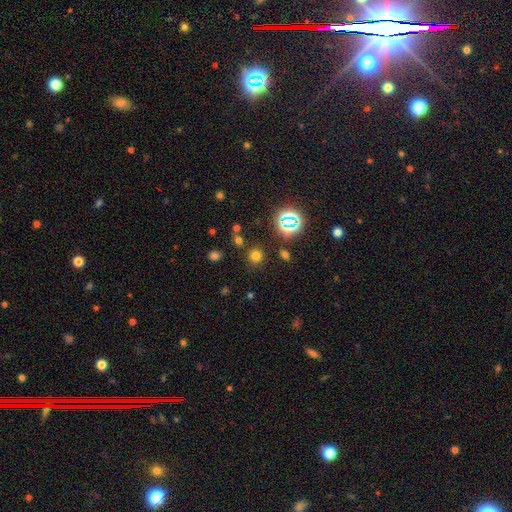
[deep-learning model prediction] Smooth or featured?
  - smooth: 66% *
  - star or artifact: 28%
  - featured or disk: 7%
How rounded?
  - round: 89% *
  - in between: 10%
  - cigar-shaped: 1%
Merging?
  - none: 83% *
  - minor disturbance: 8%
  - merger: 5%
  - major disturbance: 4%